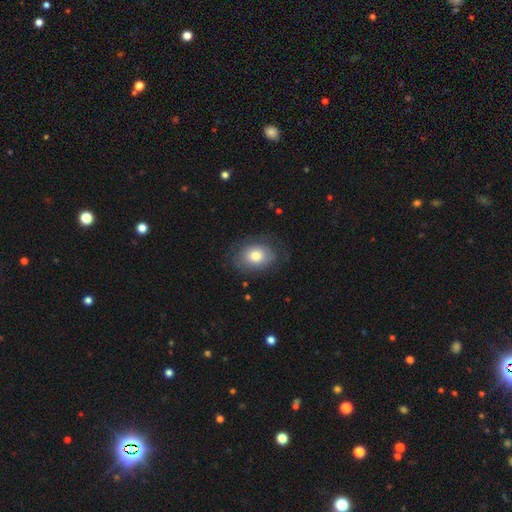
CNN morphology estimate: smooth 69%, featured or disk 23%, star or artifact 8%. Down the decision tree: how rounded — in between (68%); merging — none (71%).